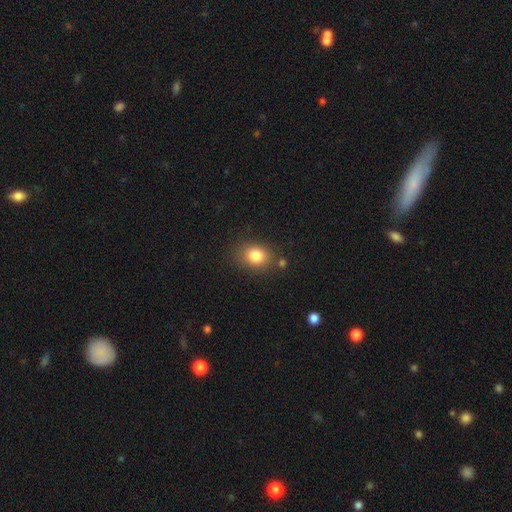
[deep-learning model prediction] The model was most divided on "how rounded": in between: 52%, round: 47%, cigar-shaped: 1%. More confident: smooth or featured — smooth (82%); merging — none (78%).